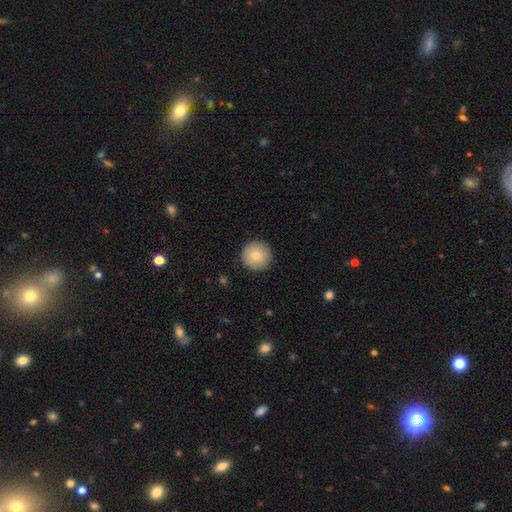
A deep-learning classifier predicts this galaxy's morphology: A smooth galaxy with no disk features (80%) that is round (96%). Merging: none (91%).